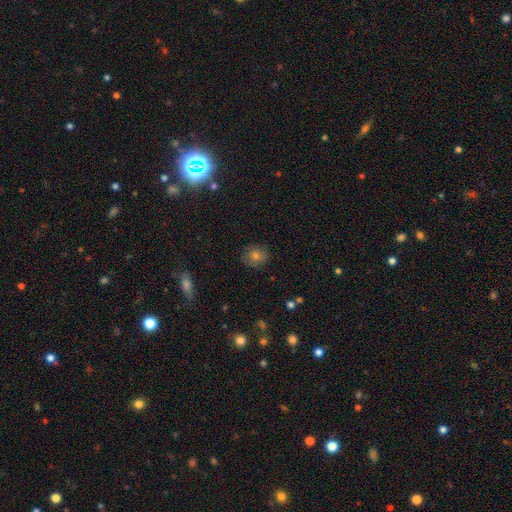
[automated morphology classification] Smooth or featured?
  - smooth: 62% *
  - star or artifact: 20%
  - featured or disk: 18%
How rounded?
  - round: 79% *
  - in between: 20%
  - cigar-shaped: 1%
Merging?
  - none: 84% *
  - minor disturbance: 11%
  - major disturbance: 3%
  - merger: 1%